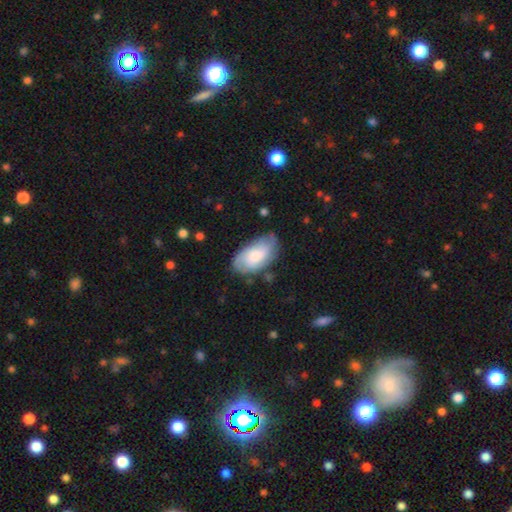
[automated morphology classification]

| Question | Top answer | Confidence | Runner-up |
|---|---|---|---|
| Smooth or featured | smooth | 51% | featured or disk (43%) |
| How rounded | in between | 93% | round (4%) |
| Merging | none | 70% | minor disturbance (22%) |